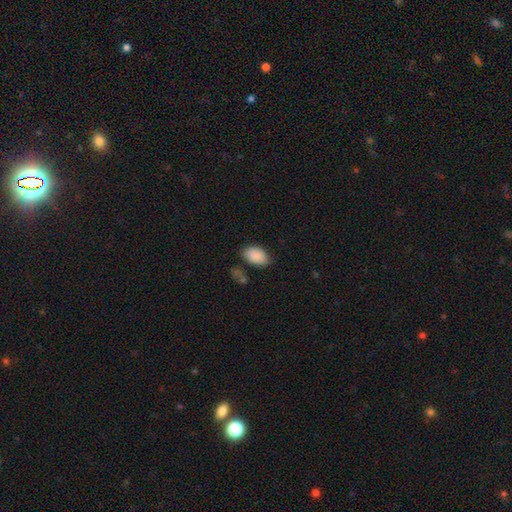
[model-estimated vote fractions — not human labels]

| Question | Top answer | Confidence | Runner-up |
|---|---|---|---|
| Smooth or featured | smooth | 89% | star or artifact (7%) |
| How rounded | in between | 91% | round (8%) |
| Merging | none | 71% | minor disturbance (19%) |